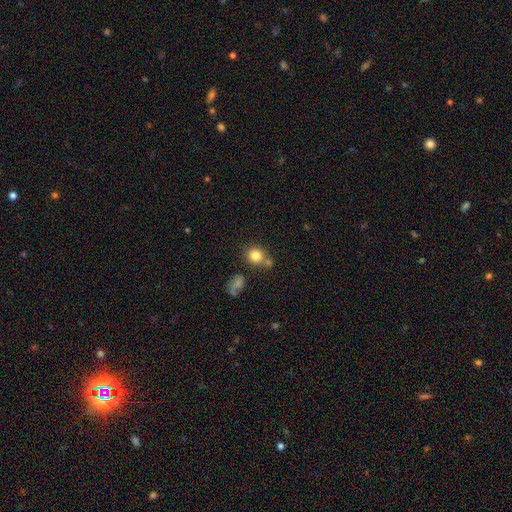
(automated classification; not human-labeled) A smooth galaxy with no disk features (81%) that is round (75%). Merging: none (64%).